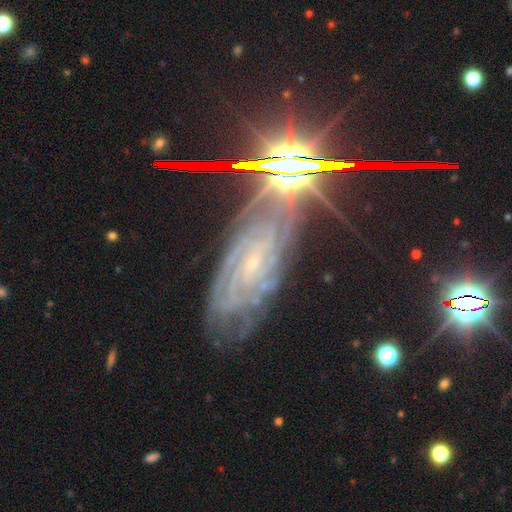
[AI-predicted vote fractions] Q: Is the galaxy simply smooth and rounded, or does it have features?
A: featured or disk — 68%.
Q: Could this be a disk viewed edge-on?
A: no — 83%.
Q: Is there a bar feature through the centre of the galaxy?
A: no — 63%.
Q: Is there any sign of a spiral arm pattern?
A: yes — 92%.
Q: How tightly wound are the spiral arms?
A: tight — 78%.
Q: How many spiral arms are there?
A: can't tell — 45%.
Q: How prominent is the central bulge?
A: small — 81%.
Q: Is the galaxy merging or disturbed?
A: none — 71%.